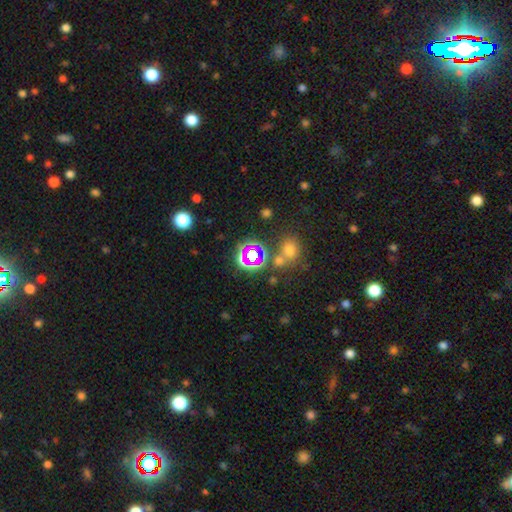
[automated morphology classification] Overall: star or artifact (57%; smooth 32%).